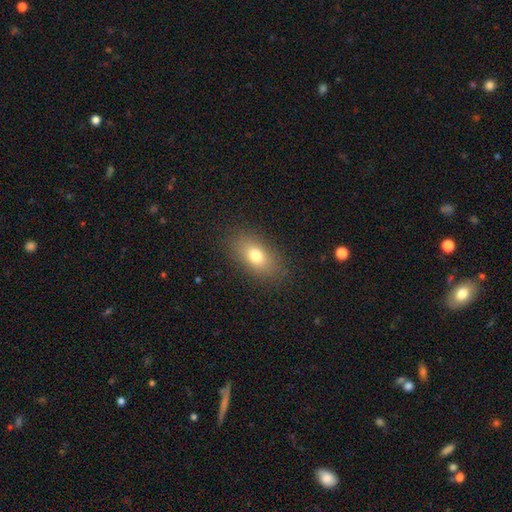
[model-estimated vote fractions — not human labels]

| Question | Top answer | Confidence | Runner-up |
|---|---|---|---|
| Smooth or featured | smooth | 75% | featured or disk (14%) |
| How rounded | in between | 83% | round (12%) |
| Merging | none | 85% | minor disturbance (10%) |